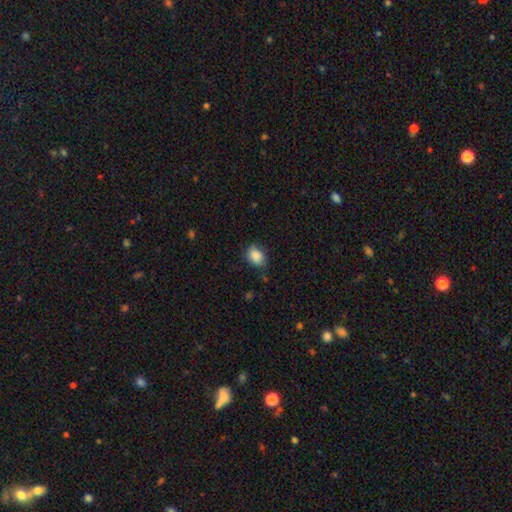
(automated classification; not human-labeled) Smooth or featured: smooth — 88% (star or artifact — 8%)
How rounded: in between — 64% (round — 35%)
Merging: none — 72% (minor disturbance — 22%)